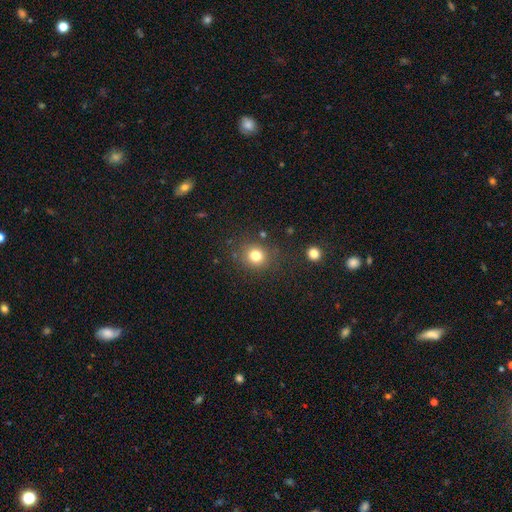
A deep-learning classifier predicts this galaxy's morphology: Smooth or featured? Predicted: smooth (p=0.79). How rounded? Predicted: round (p=0.85). Merging? Predicted: none (p=0.83).